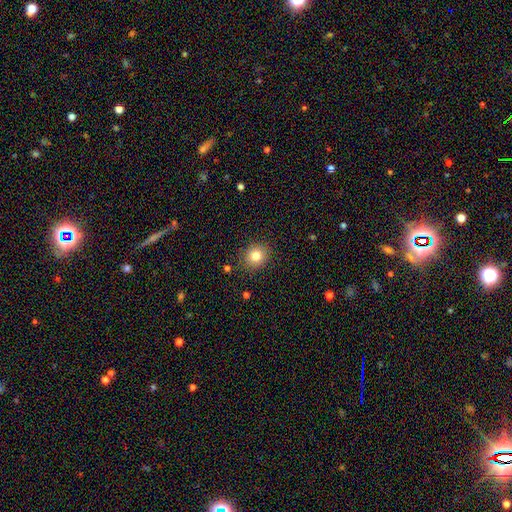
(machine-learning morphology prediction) Smooth or featured?
  - smooth: 81% *
  - star or artifact: 11%
  - featured or disk: 8%
How rounded?
  - round: 76% *
  - in between: 23%
  - cigar-shaped: 1%
Merging?
  - none: 87% *
  - minor disturbance: 9%
  - major disturbance: 3%
  - merger: 1%